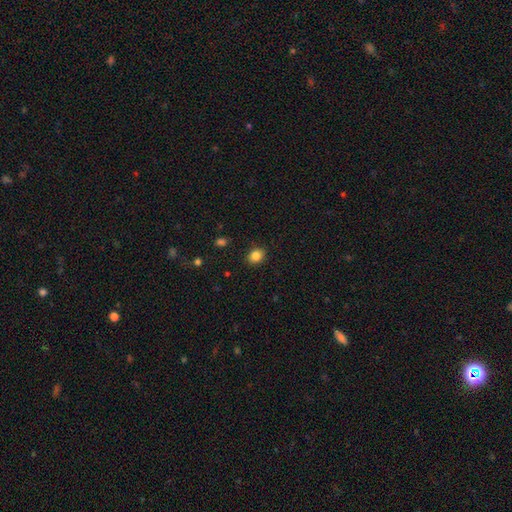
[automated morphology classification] Smooth or featured: smooth — 85% (star or artifact — 10%)
How rounded: round — 55% (in between — 44%)
Merging: none — 89% (minor disturbance — 8%)